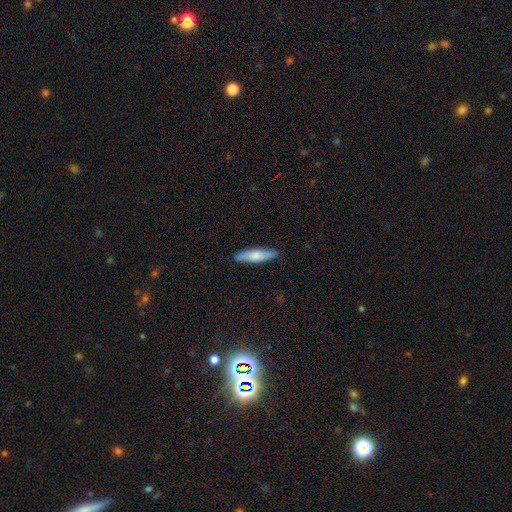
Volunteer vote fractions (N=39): A smooth galaxy with no disk features (72%) that is cigar-shaped (68%). Merging: none (92%).